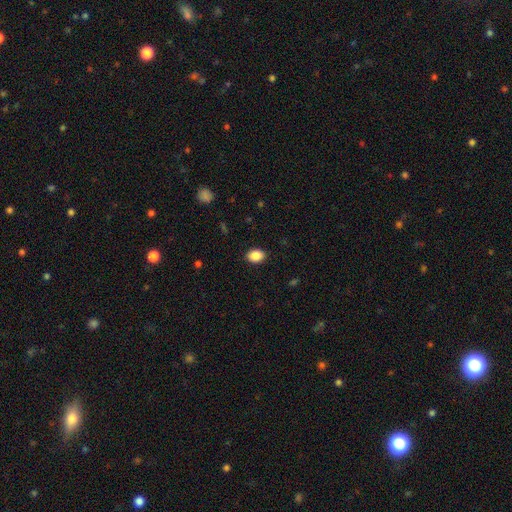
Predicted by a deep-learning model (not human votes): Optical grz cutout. It shows a smooth galaxy with no disk features (89%) that is in between round and cigar-shaped (74%). Merging: none (90%).